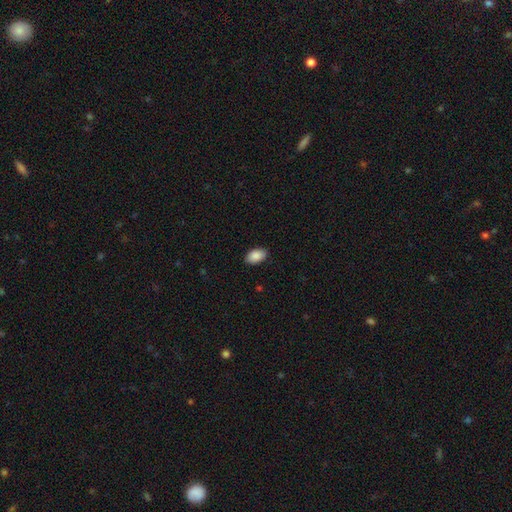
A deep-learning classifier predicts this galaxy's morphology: Smooth or featured? smooth (90%)
How rounded? in between (93%)
Merging? none (88%)